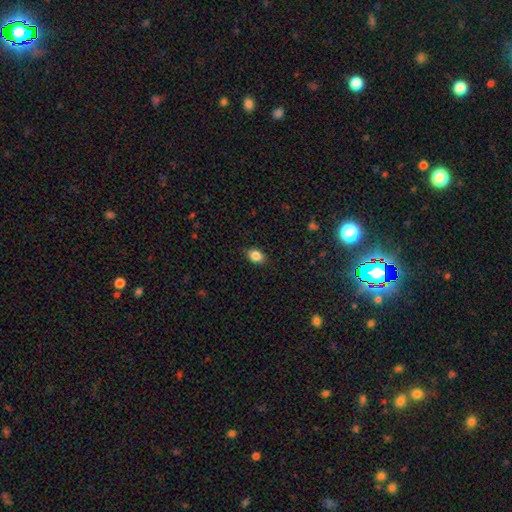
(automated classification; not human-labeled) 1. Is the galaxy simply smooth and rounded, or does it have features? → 85% smooth, 9% star or artifact, 6% featured or disk.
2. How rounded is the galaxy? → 73% in between, 26% round, 1% cigar-shaped.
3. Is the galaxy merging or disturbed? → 87% none, 9% minor disturbance, 2% major disturbance, 1% merger.